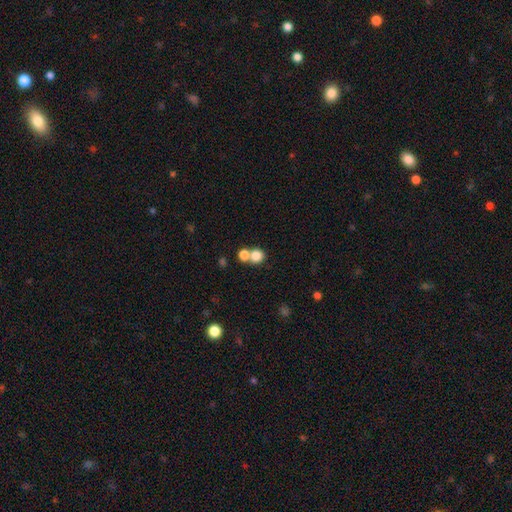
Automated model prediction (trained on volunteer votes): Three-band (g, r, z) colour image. It shows a smooth galaxy with no disk features (81%) that is round (84%). Merging: merger (47%).